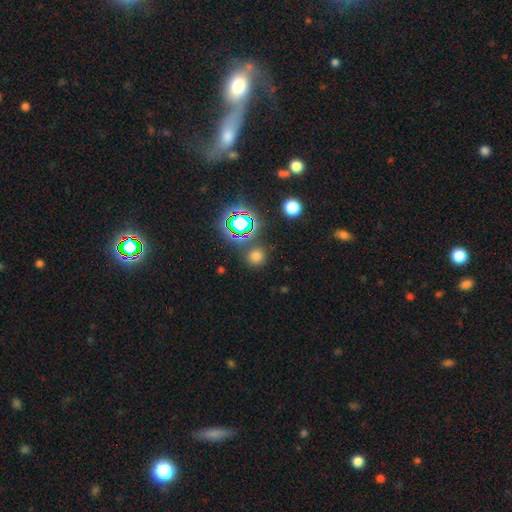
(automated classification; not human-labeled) smooth_or_featured: smooth (p=0.65) [alt: star or artifact p=0.28]
how_rounded: round (p=0.91) [alt: in between p=0.08]
merging: none (p=0.80) [alt: minor disturbance p=0.09]